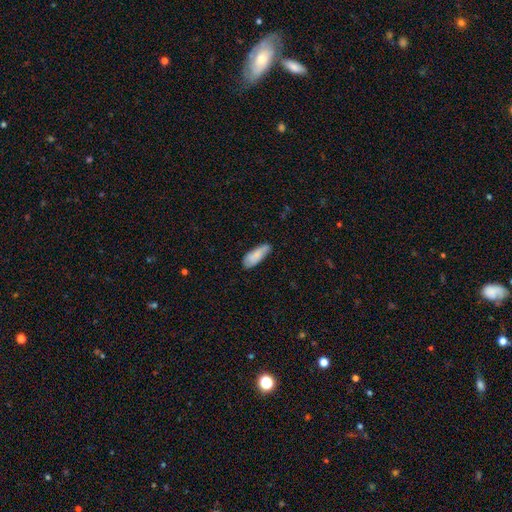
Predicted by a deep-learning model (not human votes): The model was most divided on "merging": none: 62%, minor disturbance: 30%, major disturbance: 5%, merger: 2%. More confident: smooth or featured — smooth (81%); how rounded — in between (73%).